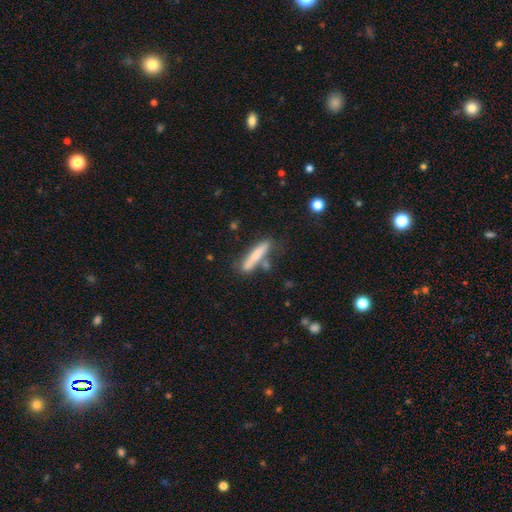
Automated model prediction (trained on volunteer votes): smooth_or_featured: smooth (p=0.69) [alt: featured or disk p=0.25]
how_rounded: cigar-shaped (p=0.89) [alt: in between p=0.09]
merging: none (p=0.69) [alt: minor disturbance p=0.16]